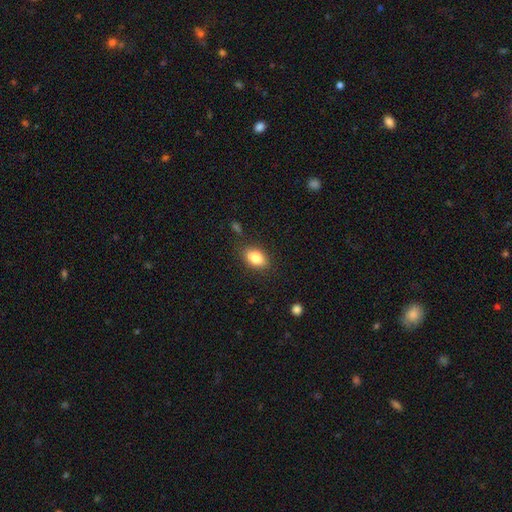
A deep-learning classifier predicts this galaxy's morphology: smooth-or-featured: smooth: 82% | featured or disk: 10% | star or artifact: 9%
  how-rounded: in between: 80% | round: 18% | cigar-shaped: 2%
  merging: none: 81% | minor disturbance: 13% | major disturbance: 3% | merger: 2%